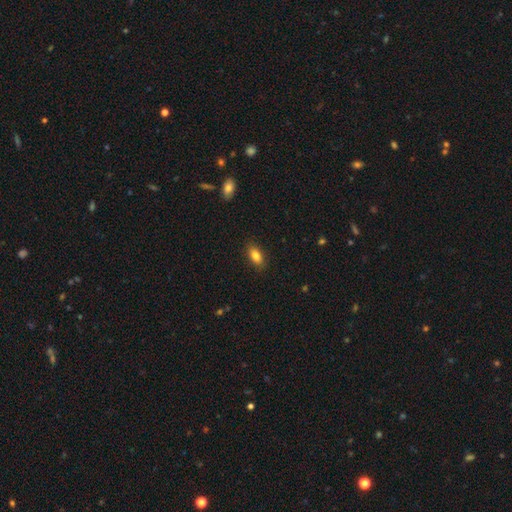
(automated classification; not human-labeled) A smooth galaxy with no disk features (84%) that is in between round and cigar-shaped (88%).

Vote fractions:
- Smooth or featured? smooth: 84% / featured or disk: 8% / star or artifact: 8%
- How rounded? in between: 88% / cigar-shaped: 7% / round: 5%
- Merging? none: 87% / minor disturbance: 9% / major disturbance: 2% / merger: 1%